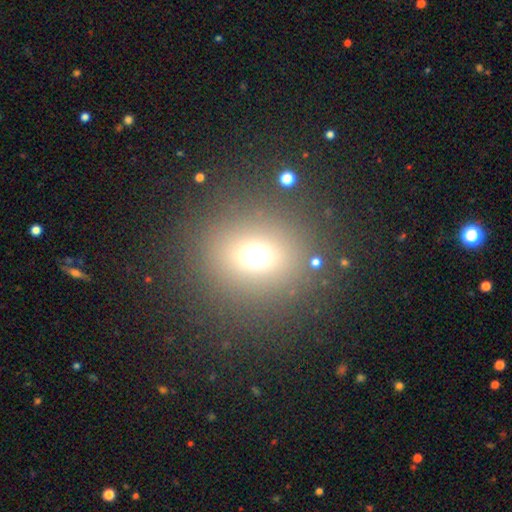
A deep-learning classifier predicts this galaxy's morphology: Smooth or featured? Predicted: smooth (p=0.65). How rounded? Predicted: round (p=0.80). Merging? Predicted: none (p=0.84).